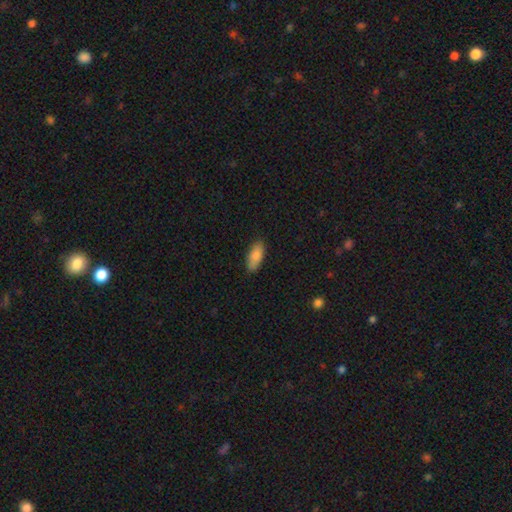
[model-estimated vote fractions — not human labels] Smooth or featured? Predicted: smooth (p=0.85). How rounded? Predicted: in between (p=0.80). Merging? Predicted: none (p=0.86).